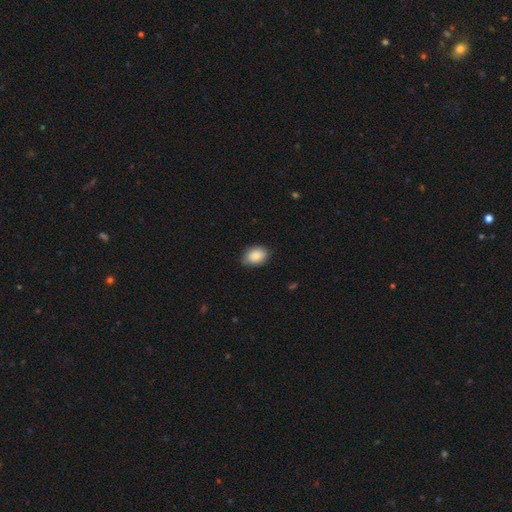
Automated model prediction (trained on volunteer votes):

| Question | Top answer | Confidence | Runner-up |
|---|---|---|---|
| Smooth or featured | smooth | 87% | star or artifact (7%) |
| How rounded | in between | 79% | round (20%) |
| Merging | none | 81% | minor disturbance (15%) |